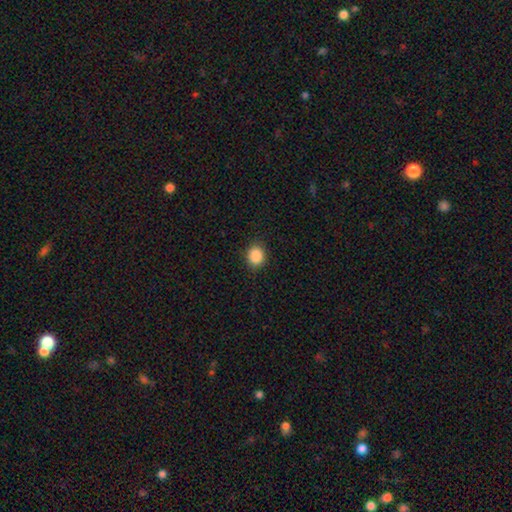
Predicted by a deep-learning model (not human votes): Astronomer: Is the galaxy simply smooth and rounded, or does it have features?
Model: smooth — 88%.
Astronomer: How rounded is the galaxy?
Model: round — 71%.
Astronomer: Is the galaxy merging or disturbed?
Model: none — 90%.